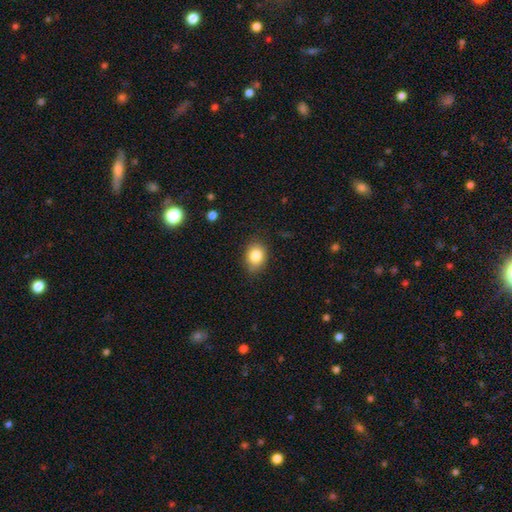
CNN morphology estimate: The model was most divided on "how rounded": in between: 57%, round: 42%, cigar-shaped: 1%. More confident: smooth or featured — smooth (83%); merging — none (81%).